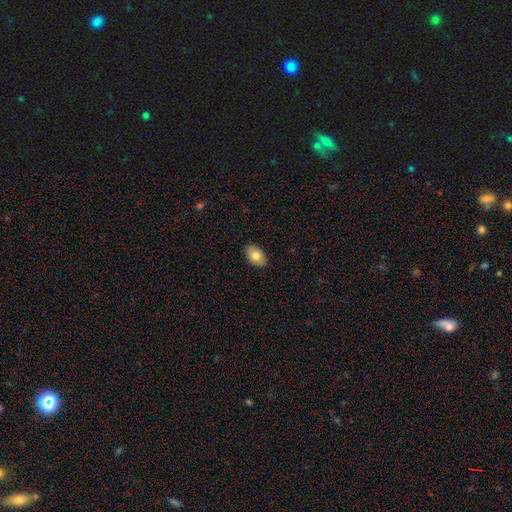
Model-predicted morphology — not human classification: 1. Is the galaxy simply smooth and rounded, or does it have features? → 79% smooth, 14% featured or disk, 7% star or artifact.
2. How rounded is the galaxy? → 90% in between, 9% round, 1% cigar-shaped.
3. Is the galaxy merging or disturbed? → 88% none, 9% minor disturbance, 2% major disturbance, 1% merger.